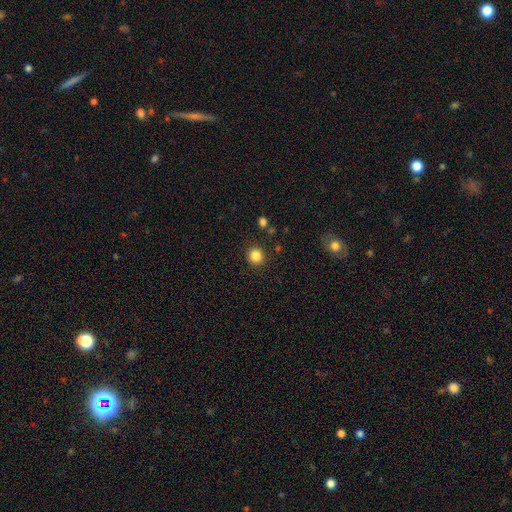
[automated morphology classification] Overall: smooth (85%). How rounded: round (88%). Merging: none (89%).